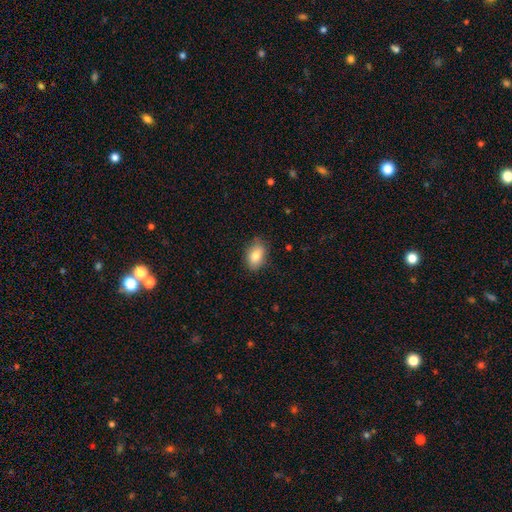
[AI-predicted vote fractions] A smooth galaxy with no disk features (80%) that is in between round and cigar-shaped (86%).

Vote fractions:
- Smooth or featured? smooth: 80% / featured or disk: 12% / star or artifact: 8%
- How rounded? in between: 86% / round: 12% / cigar-shaped: 2%
- Merging? none: 82% / minor disturbance: 14% / major disturbance: 3% / merger: 1%